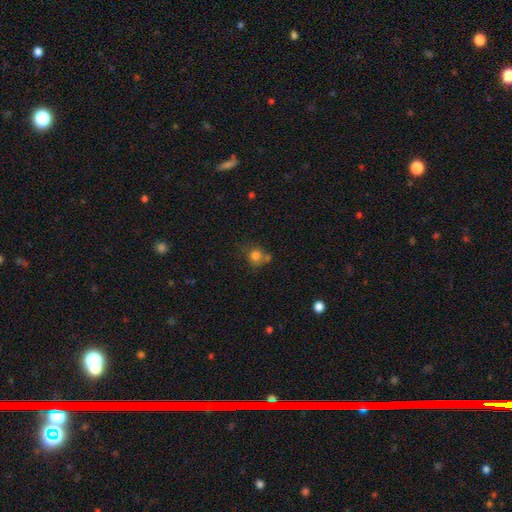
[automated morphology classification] type=smooth (78%); roundness=round (83%); merging=none (56%).